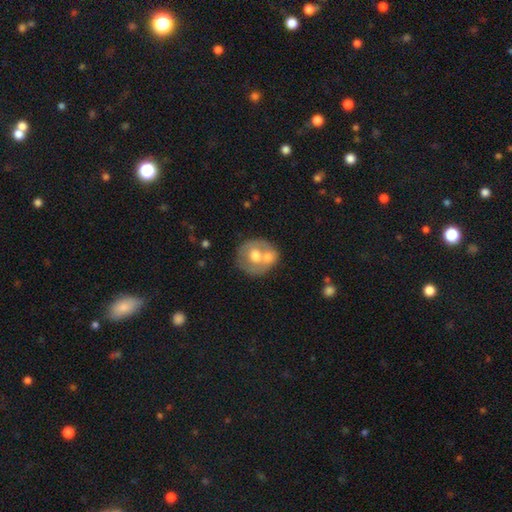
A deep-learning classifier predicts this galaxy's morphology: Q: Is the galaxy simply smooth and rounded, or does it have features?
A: smooth — 50%.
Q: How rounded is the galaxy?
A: round — 81%.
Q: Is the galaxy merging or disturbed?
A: none — 43%.